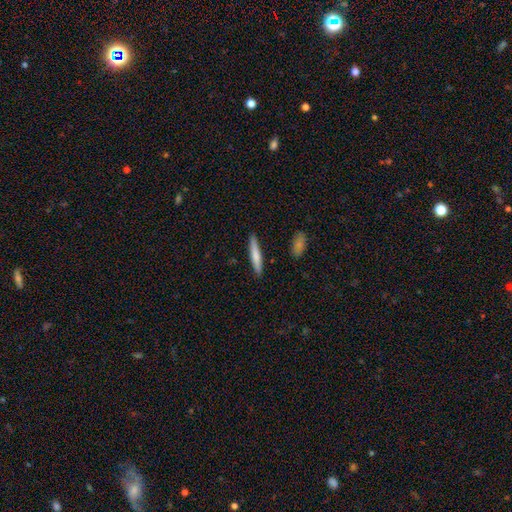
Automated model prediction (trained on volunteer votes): The model was most divided on "smooth or featured": smooth: 74%, featured or disk: 21%, star or artifact: 5%. More confident: how rounded — cigar-shaped (91%); merging — none (89%).